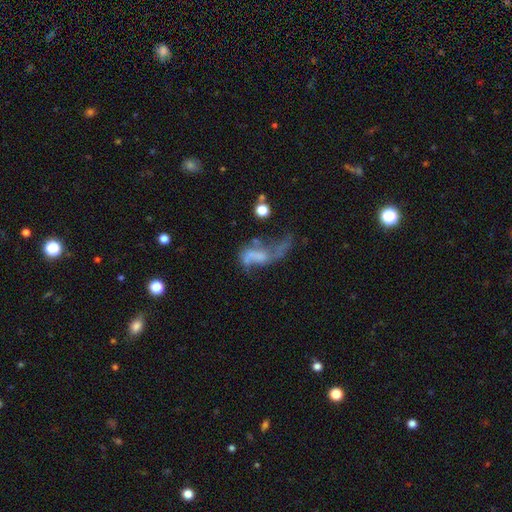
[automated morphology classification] Smooth or featured: featured or disk — 56% (smooth — 29%)
Edge-on disk: no — 95% (yes — 5%)
Bar: no — 72% (weak — 20%)
Spiral arms: no — 58% (yes — 42%)
Bulge size: none — 67% (small — 16%)
Merging: major disturbance — 46% (merger — 21%)